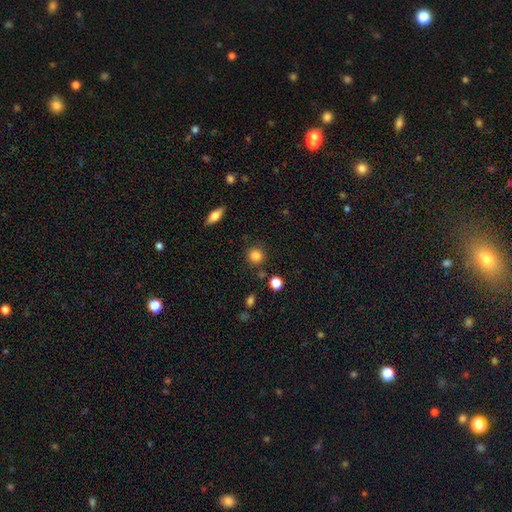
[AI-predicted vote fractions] smooth_or_featured: smooth (p=0.85) [alt: star or artifact p=0.10]
how_rounded: round (p=0.90) [alt: in between p=0.09]
merging: none (p=0.86) [alt: minor disturbance p=0.08]